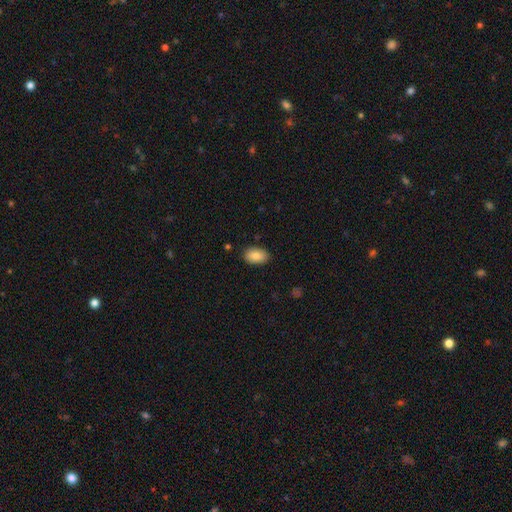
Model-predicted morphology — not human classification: A smooth galaxy with no disk features (85%) that is in between round and cigar-shaped (92%).

Vote fractions:
- Smooth or featured? smooth: 85% / featured or disk: 8% / star or artifact: 7%
- How rounded? in between: 92% / round: 7% / cigar-shaped: 1%
- Merging? none: 87% / minor disturbance: 10% / major disturbance: 2% / merger: 1%